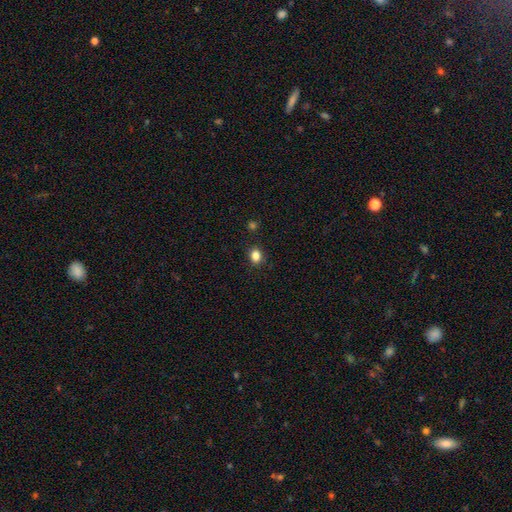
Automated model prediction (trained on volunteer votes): Smooth or featured? smooth (84%)
How rounded? round (52%)
Merging? none (87%)